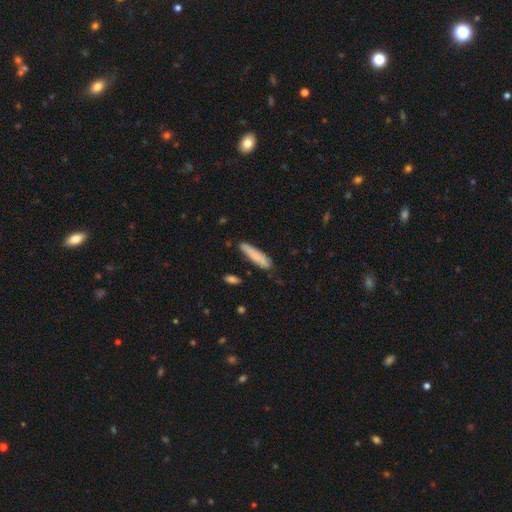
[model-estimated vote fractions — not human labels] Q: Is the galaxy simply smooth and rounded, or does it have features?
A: smooth — 76%.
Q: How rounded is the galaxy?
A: cigar-shaped — 86%.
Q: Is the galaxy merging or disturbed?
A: none — 75%.